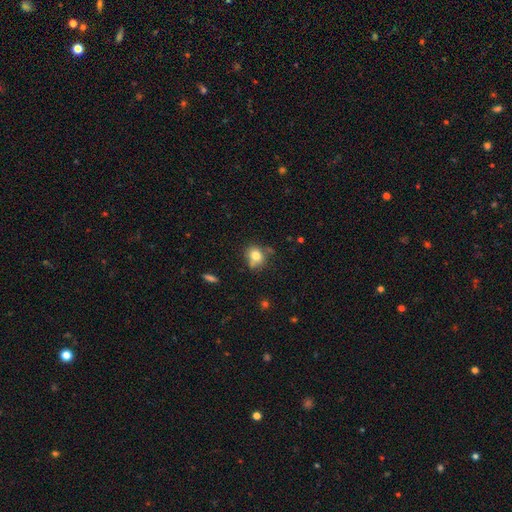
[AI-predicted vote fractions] The model was most divided on "how rounded": round: 66%, in between: 33%, cigar-shaped: 1%. More confident: smooth or featured — smooth (78%); merging — none (62%).